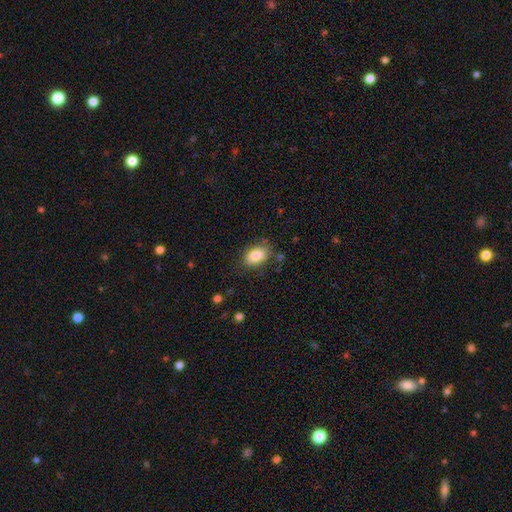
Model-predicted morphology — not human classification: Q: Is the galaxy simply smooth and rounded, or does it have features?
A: smooth — 85%.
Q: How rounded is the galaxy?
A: in between — 87%.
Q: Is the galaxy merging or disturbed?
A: none — 78%.